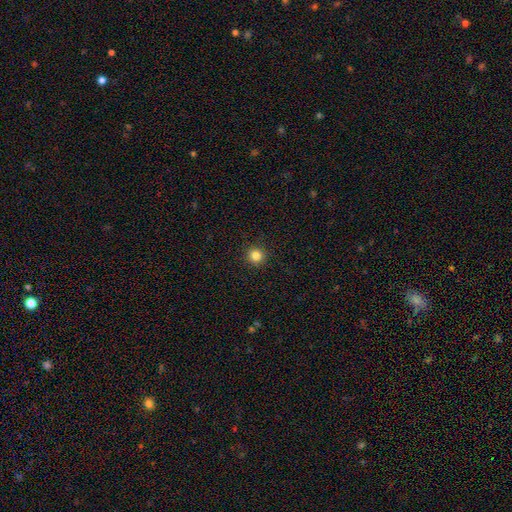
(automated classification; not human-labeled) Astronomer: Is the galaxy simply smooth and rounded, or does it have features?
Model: smooth — 83%.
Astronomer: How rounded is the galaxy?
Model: round — 95%.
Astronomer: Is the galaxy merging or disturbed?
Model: none — 92%.